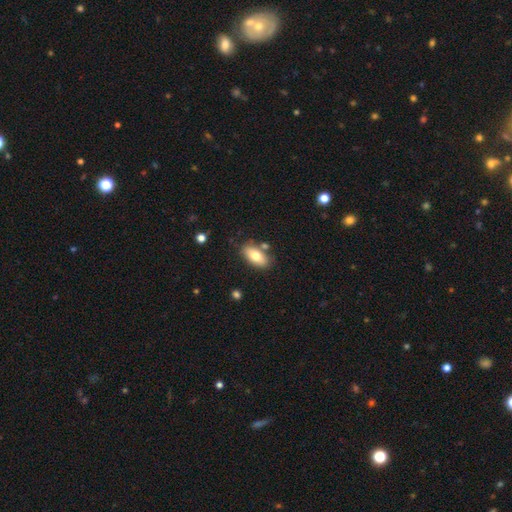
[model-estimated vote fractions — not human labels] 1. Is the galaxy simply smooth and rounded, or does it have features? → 74% smooth, 19% featured or disk, 7% star or artifact.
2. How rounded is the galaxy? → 90% in between, 6% cigar-shaped, 4% round.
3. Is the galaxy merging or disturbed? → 76% none, 13% minor disturbance, 8% merger, 3% major disturbance.